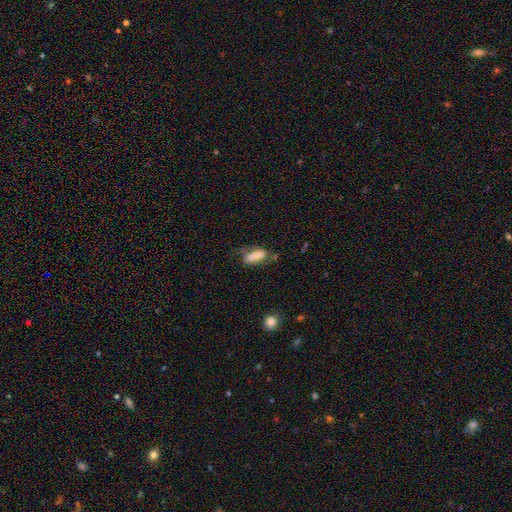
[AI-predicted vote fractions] The model was most divided on "merging": none: 45%, minor disturbance: 29%, major disturbance: 17%, merger: 9%. More confident: how rounded — in between (72%); smooth or featured — smooth (71%).